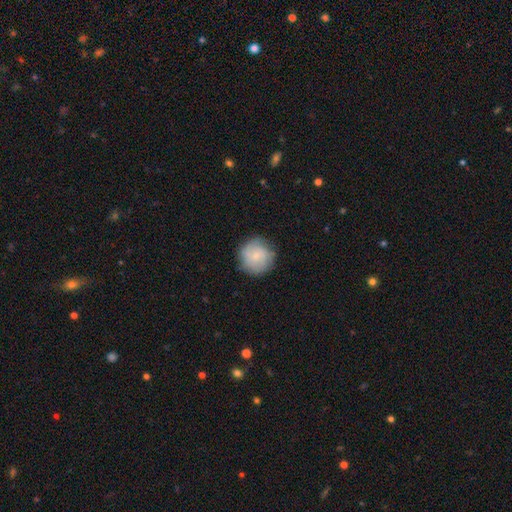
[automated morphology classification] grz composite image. It shows a smooth galaxy with no disk features (66%) that is round (94%). Merging: none (81%).